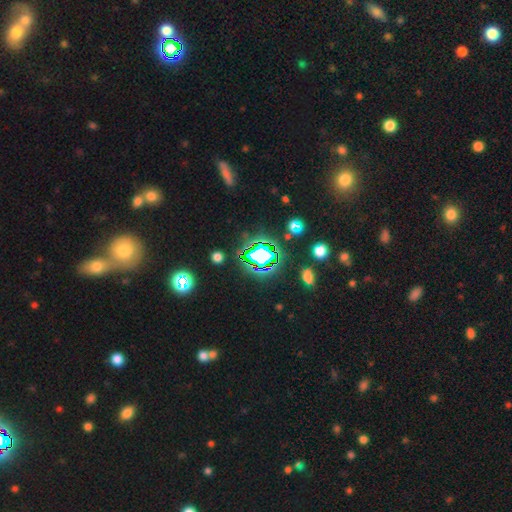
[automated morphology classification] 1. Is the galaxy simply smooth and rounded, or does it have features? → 69% star or artifact, 19% smooth, 13% featured or disk.